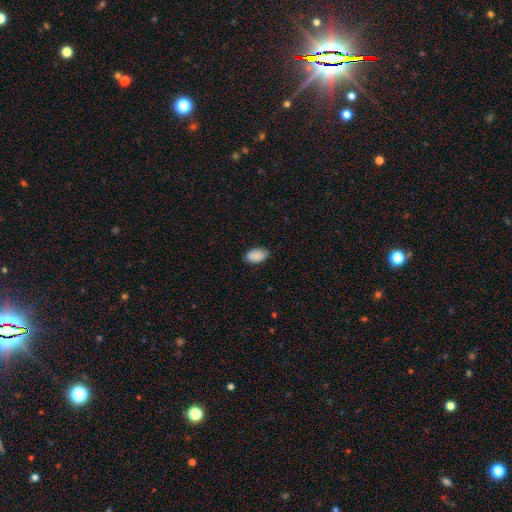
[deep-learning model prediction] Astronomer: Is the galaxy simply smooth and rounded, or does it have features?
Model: smooth — 89%.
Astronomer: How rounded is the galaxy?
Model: in between — 93%.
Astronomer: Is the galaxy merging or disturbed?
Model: none — 80%.